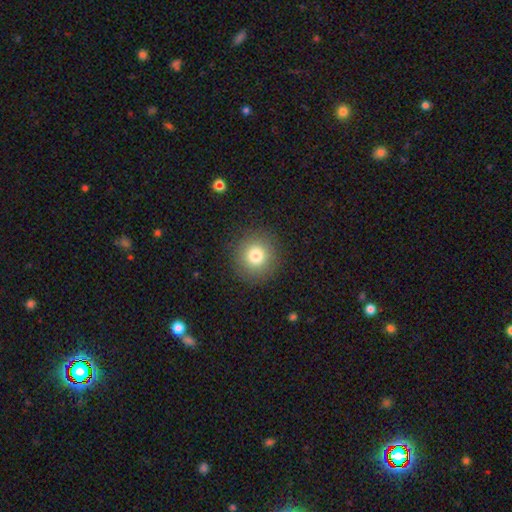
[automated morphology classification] type=smooth (79%); roundness=round (94%); merging=none (89%).